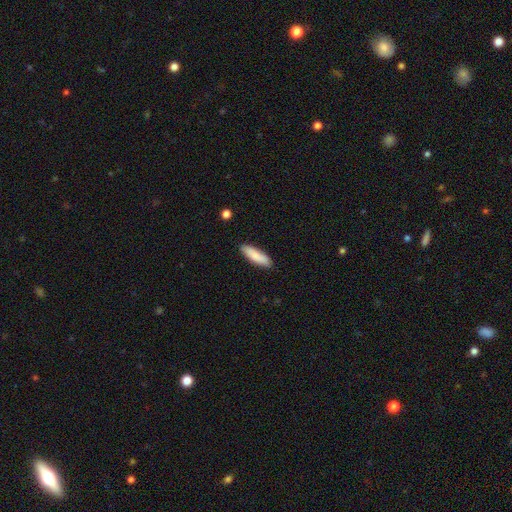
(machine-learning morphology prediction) smooth 86%, featured or disk 9%, star or artifact 6%. Down the decision tree: how rounded — cigar-shaped (59%); merging — none (88%).